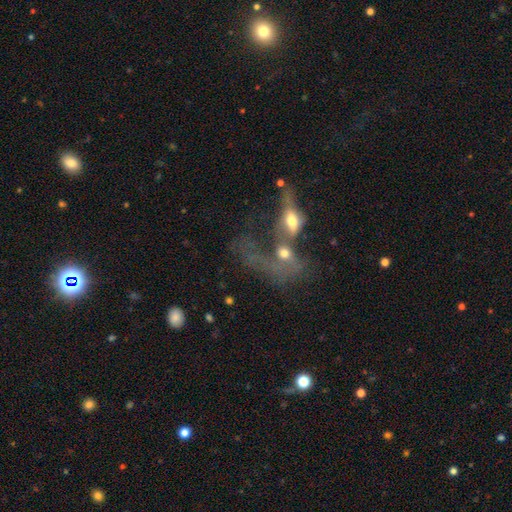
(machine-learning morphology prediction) smooth-or-featured: featured or disk: 45% | smooth: 36% | star or artifact: 19%
  merging: merger: 59% | major disturbance: 18% | none: 16% | minor disturbance: 8%